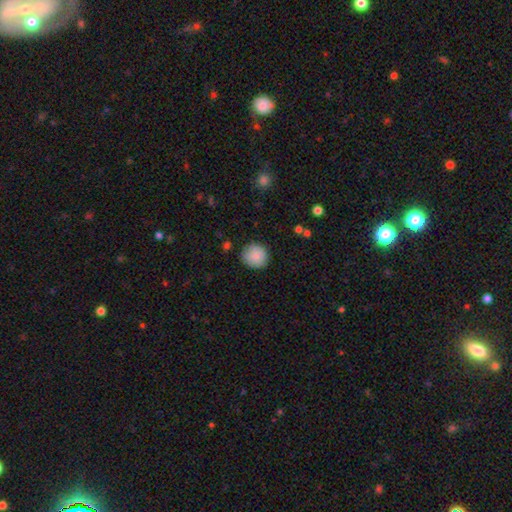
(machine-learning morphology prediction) A smooth galaxy with no disk features (86%) that is round (92%). Merging: none (87%).